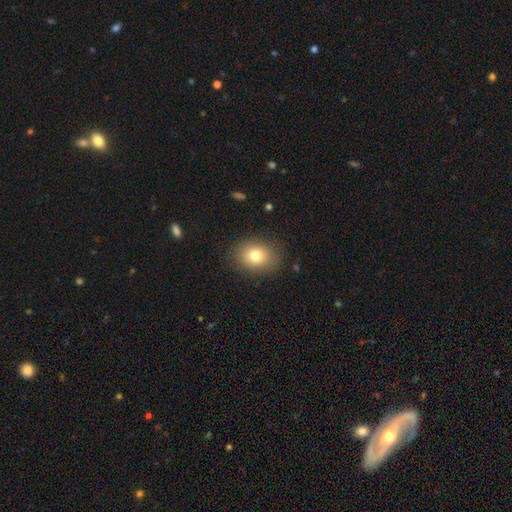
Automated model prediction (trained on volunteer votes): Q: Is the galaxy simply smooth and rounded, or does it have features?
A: smooth — 79%.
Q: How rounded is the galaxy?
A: in between — 60%.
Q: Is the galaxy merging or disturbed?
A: none — 85%.